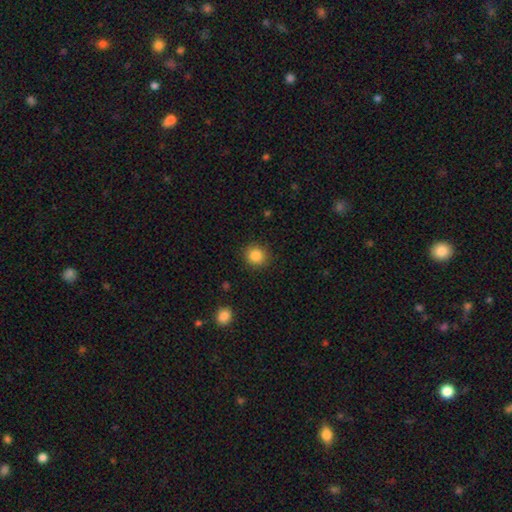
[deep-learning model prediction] smooth_or_featured: smooth (p=0.85) [alt: star or artifact p=0.10]
how_rounded: round (p=0.91) [alt: in between p=0.08]
merging: none (p=0.90) [alt: minor disturbance p=0.07]